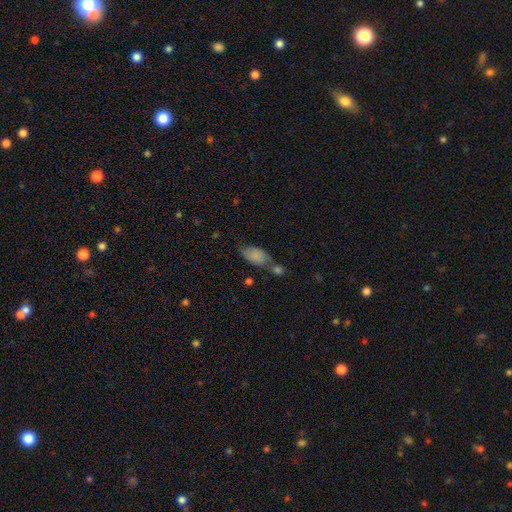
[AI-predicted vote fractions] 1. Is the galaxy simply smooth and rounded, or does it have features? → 81% smooth, 12% featured or disk, 8% star or artifact.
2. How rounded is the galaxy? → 91% in between, 5% round, 4% cigar-shaped.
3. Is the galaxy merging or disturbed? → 39% none, 35% merger, 18% minor disturbance, 8% major disturbance.